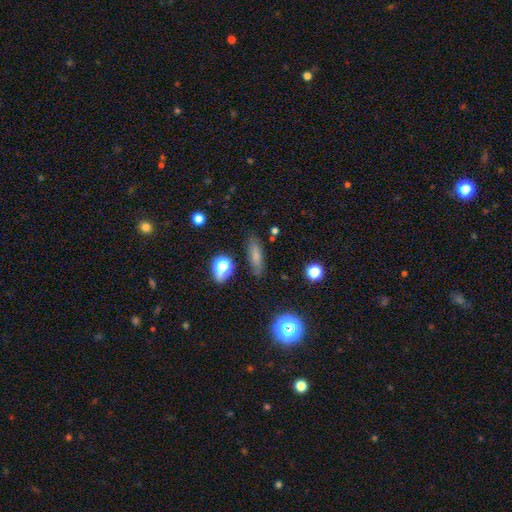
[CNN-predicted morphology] Q: Smooth or featured?
A: smooth (69%); runner-up: featured or disk (17%)
Q: How rounded?
A: cigar-shaped (46%); tied with: in between (46%)
Q: Merging?
A: none (82%); runner-up: minor disturbance (12%)